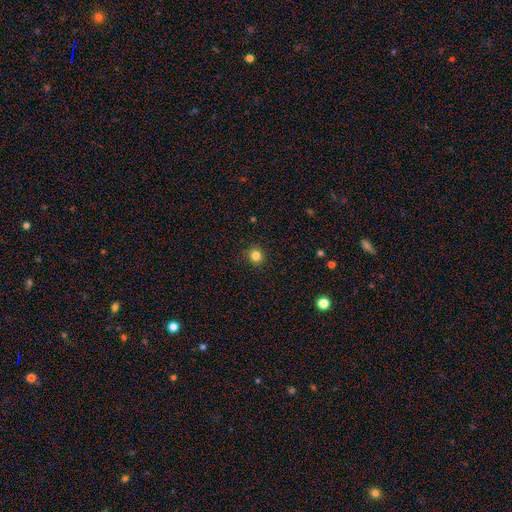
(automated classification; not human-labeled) smooth_or_featured: smooth (p=0.83) [alt: star or artifact p=0.13]
how_rounded: round (p=0.91) [alt: in between p=0.08]
merging: none (p=0.91) [alt: minor disturbance p=0.06]